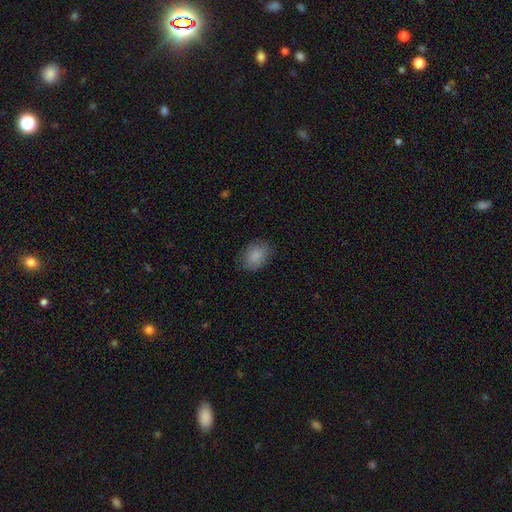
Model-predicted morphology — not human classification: A smooth galaxy with no disk features (87%) that is in between round and cigar-shaped (69%). Merging: none (82%).